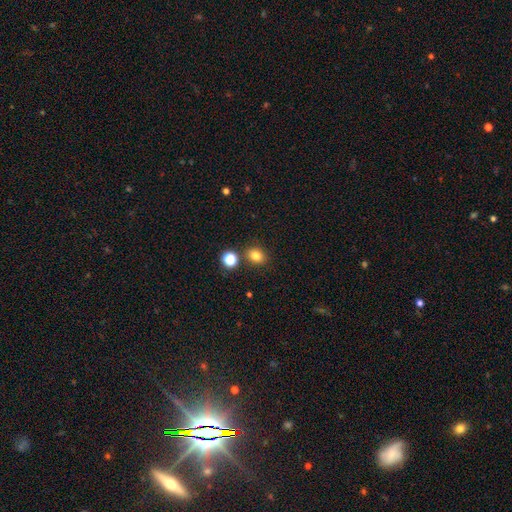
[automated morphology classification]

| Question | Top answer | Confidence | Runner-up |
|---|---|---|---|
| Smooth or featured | smooth | 80% | star or artifact (14%) |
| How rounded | round | 54% | in between (45%) |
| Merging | none | 81% | minor disturbance (9%) |